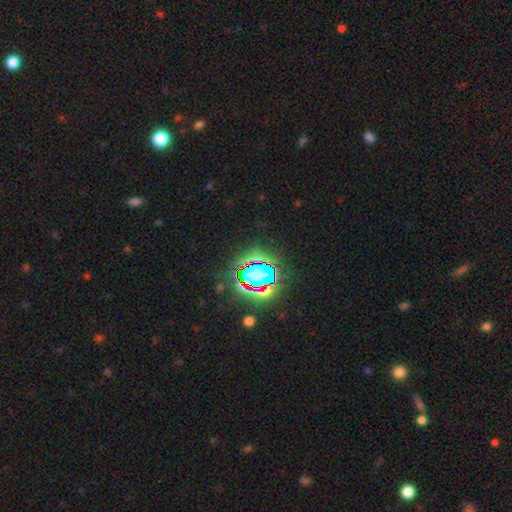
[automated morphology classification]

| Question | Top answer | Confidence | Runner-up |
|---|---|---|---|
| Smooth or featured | star or artifact | 75% | smooth (14%) |